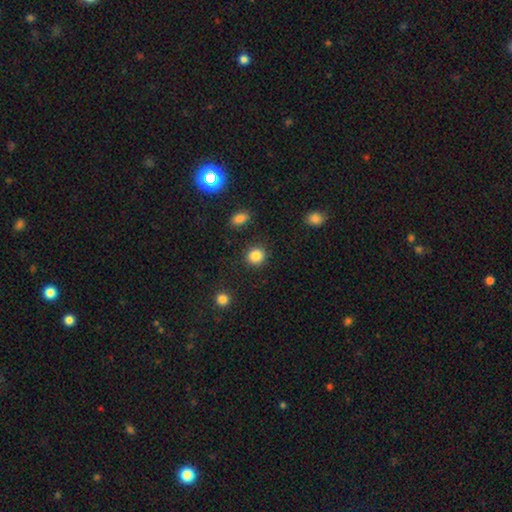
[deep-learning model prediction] Smooth or featured?
  - smooth: 86% *
  - star or artifact: 10%
  - featured or disk: 4%
How rounded?
  - round: 85% *
  - in between: 14%
  - cigar-shaped: 1%
Merging?
  - none: 89% *
  - minor disturbance: 6%
  - major disturbance: 2%
  - merger: 2%